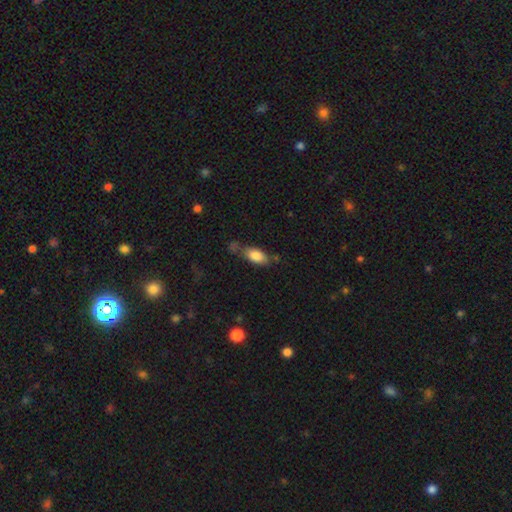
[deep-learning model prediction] Smooth or featured: smooth — 82% (featured or disk — 11%)
How rounded: in between — 86% (cigar-shaped — 10%)
Merging: none — 54% (minor disturbance — 23%)